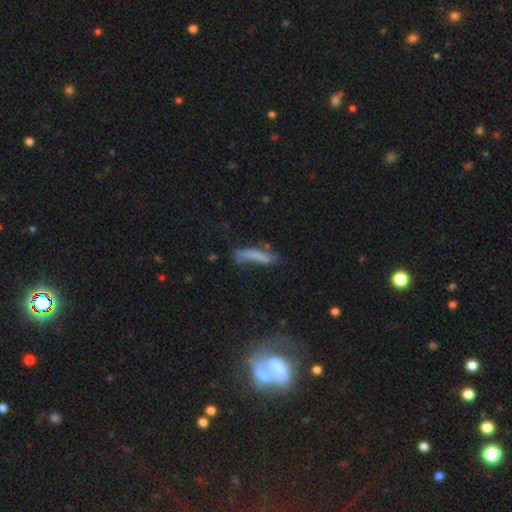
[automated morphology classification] A smooth galaxy with no disk features (67%) that is cigar-shaped (80%). Merging: none (41%).